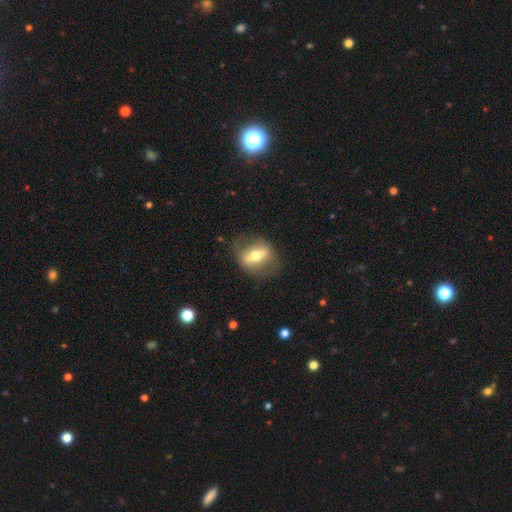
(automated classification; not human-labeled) smooth_or_featured: featured or disk (p=0.56) [alt: smooth p=0.37]
disk_edge_on: no (p=0.62) [alt: yes p=0.38]
merging: none (p=0.76) [alt: minor disturbance p=0.15]